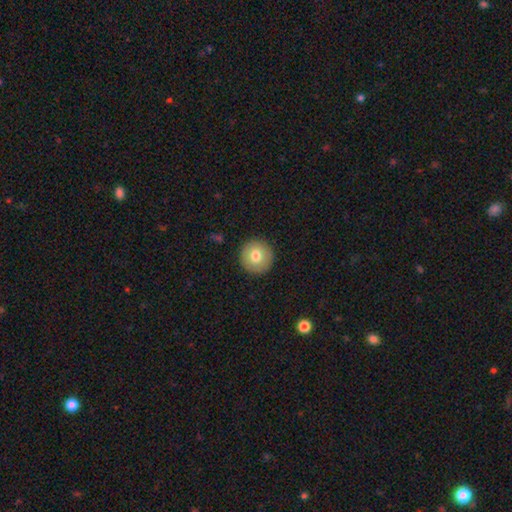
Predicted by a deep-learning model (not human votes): smooth_or_featured: smooth (p=0.77) [alt: featured or disk p=0.15]
how_rounded: round (p=0.96) [alt: in between p=0.03]
merging: none (p=0.92) [alt: minor disturbance p=0.05]